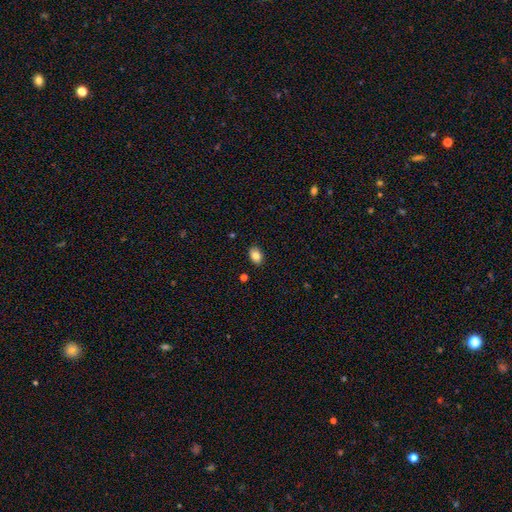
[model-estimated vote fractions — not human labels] smooth_or_featured: smooth (p=0.84) [alt: star or artifact p=0.08]
how_rounded: in between (p=0.83) [alt: round p=0.16]
merging: none (p=0.88) [alt: minor disturbance p=0.09]